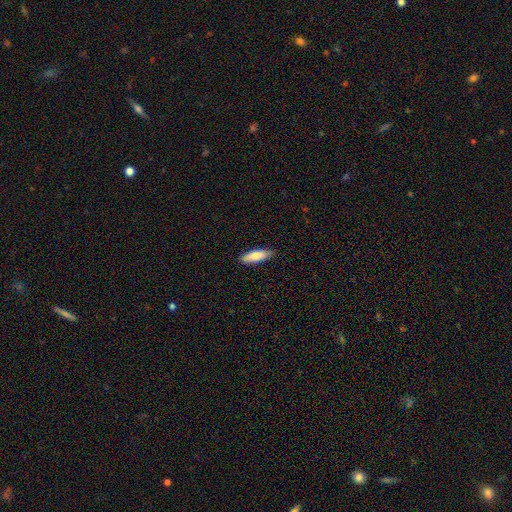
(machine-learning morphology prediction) Overall: smooth (83%). How rounded: in between (51%; cigar-shaped 47%). Merging: none (87%).